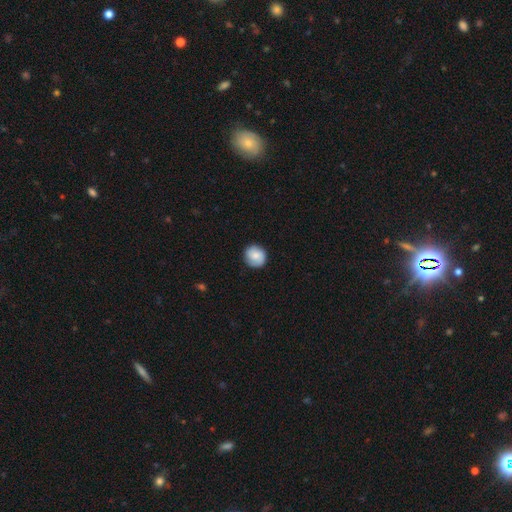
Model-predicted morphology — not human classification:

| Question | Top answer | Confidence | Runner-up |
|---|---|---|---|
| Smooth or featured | smooth | 71% | featured or disk (22%) |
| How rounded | round | 88% | in between (11%) |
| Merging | none | 85% | minor disturbance (12%) |